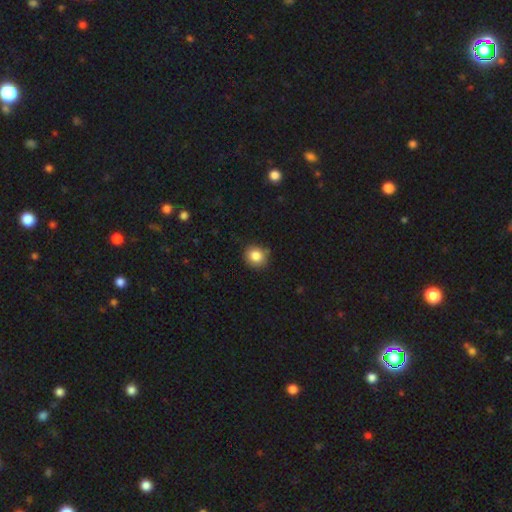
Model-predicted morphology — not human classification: smooth 83%, star or artifact 10%, featured or disk 7%. Down the decision tree: how rounded — round (82%); merging — none (84%).